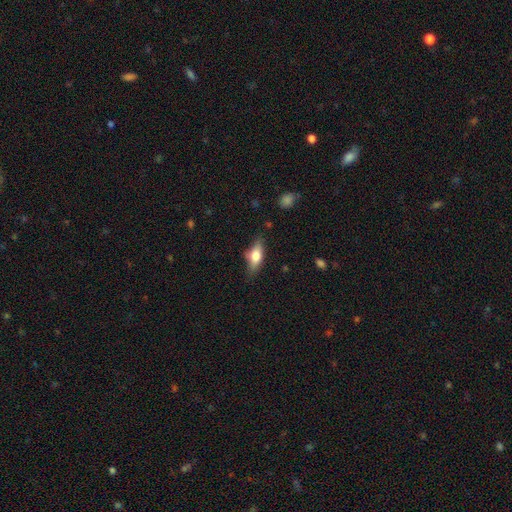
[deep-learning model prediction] A smooth galaxy with no disk features (62%) that is in between round and cigar-shaped (72%). Merging: none (75%).